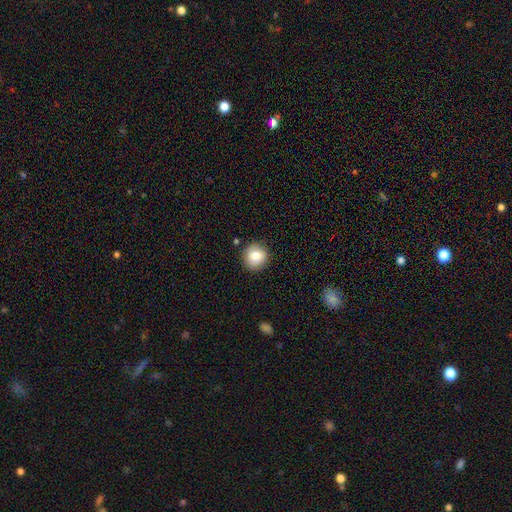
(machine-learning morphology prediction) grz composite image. It shows a smooth galaxy with no disk features (80%) that is round (90%). Merging: none (88%).